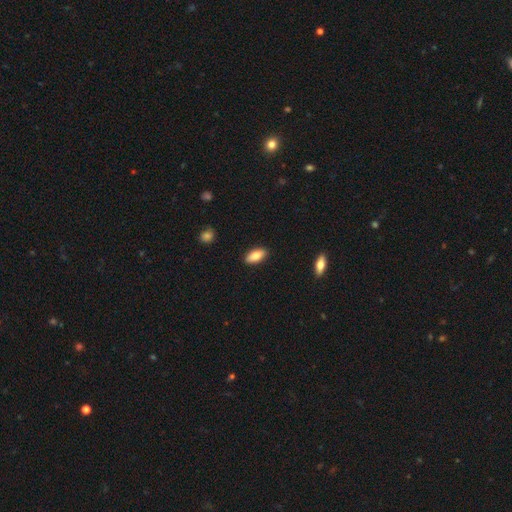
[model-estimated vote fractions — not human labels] Morphology: type=smooth (83%); roundness=in between (87%); merging=none (89%).